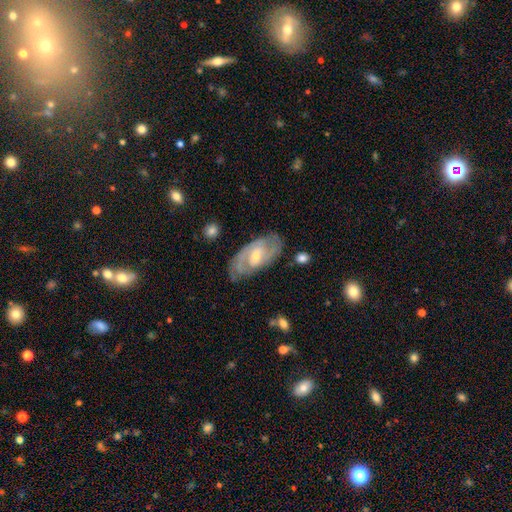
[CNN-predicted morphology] This appears to be a featured or disk galaxy (81%) with a weak bar (50%), 2 (69%) tight (48%) spiral arms (93%) and a small central bulge (54%). Merging: none (78%).